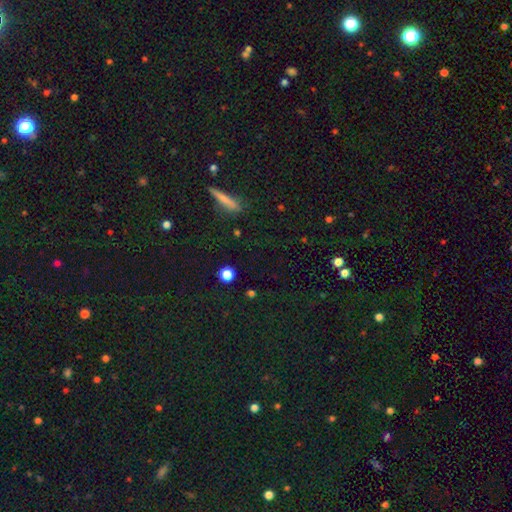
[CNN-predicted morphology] Smooth or featured? smooth (60%)
How rounded? round (75%)
Merging? none (86%)